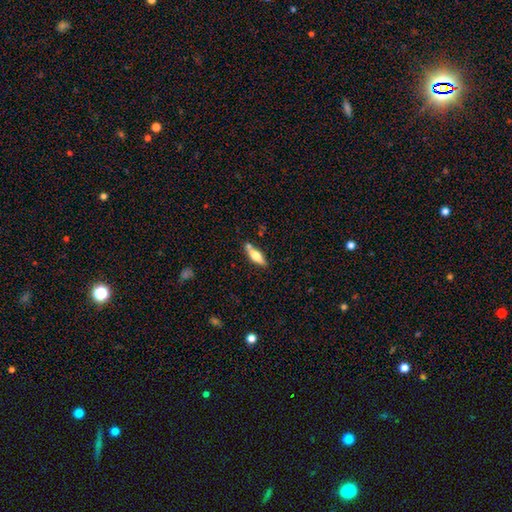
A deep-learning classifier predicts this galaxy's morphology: Smooth or featured? smooth (53%)
How rounded? in between (49%)
Merging? none (72%)